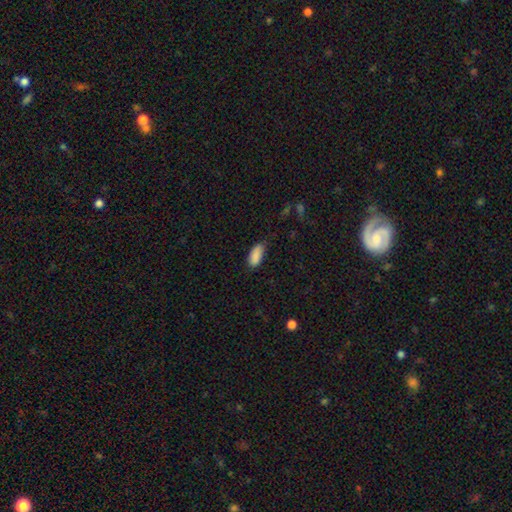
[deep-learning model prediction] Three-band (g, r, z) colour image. It shows a smooth galaxy with no disk features (89%) that is in between round and cigar-shaped (89%). Merging: none (74%).